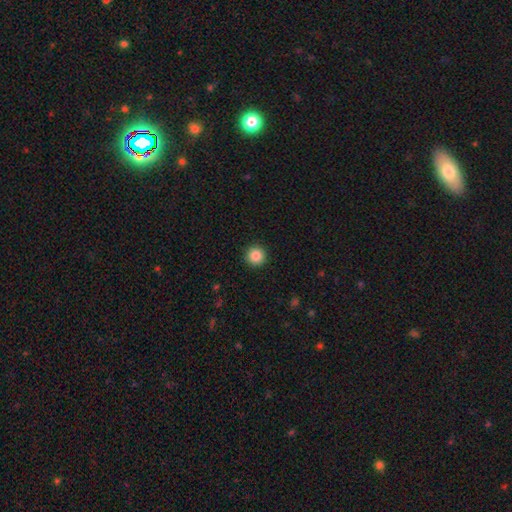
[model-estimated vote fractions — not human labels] This appears to be a smooth galaxy with no disk features (86%) that is round (96%). Merging: none (93%).